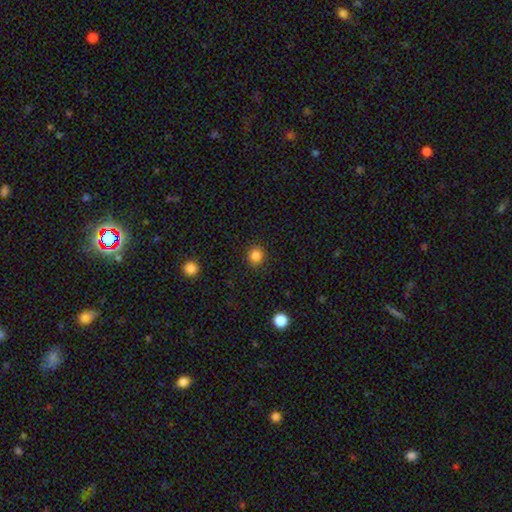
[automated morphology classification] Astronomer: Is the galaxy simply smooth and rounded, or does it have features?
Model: smooth — 84%.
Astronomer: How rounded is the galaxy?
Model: round — 88%.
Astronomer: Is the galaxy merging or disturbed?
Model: none — 91%.